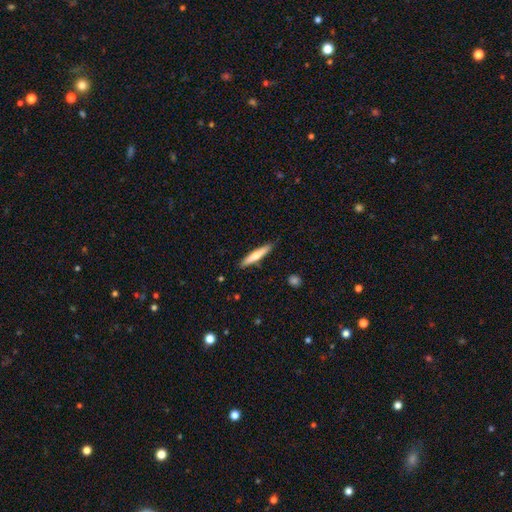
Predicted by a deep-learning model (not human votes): Smooth or featured?
  - smooth: 58% *
  - featured or disk: 37%
  - star or artifact: 5%
How rounded?
  - cigar-shaped: 91% *
  - in between: 7%
  - round: 1%
Merging?
  - none: 88% *
  - minor disturbance: 9%
  - major disturbance: 2%
  - merger: 1%